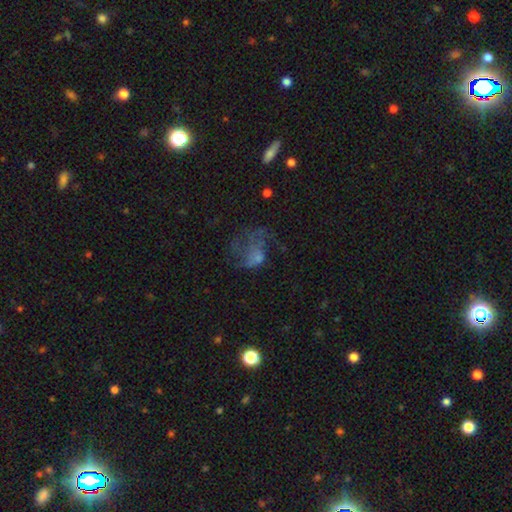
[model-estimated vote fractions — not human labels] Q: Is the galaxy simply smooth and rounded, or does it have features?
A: featured or disk — 47%.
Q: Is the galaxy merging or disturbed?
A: major disturbance — 52%.